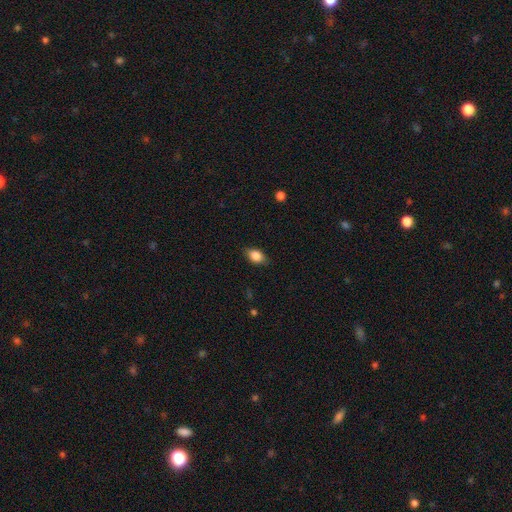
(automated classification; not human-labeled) This is clearly a smooth galaxy (85%). How rounded: clearly in between (84%). Merging: clearly none (83%).